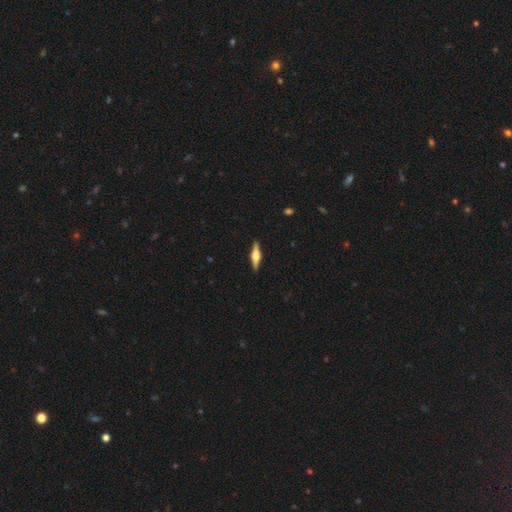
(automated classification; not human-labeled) Q: Smooth or featured?
A: featured or disk (66%); runner-up: smooth (29%)
Q: Edge-on disk?
A: yes (97%); runner-up: no (3%)
Q: Edge-on bulge?
A: rounded (93%); runner-up: boxy (5%)
Q: Merging?
A: none (91%); runner-up: minor disturbance (7%)